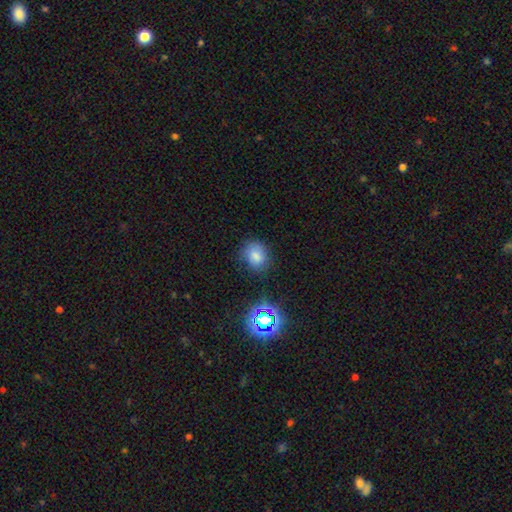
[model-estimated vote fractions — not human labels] Overall: smooth (76%). How rounded: round (56%; in between 43%). Merging: none (75%).